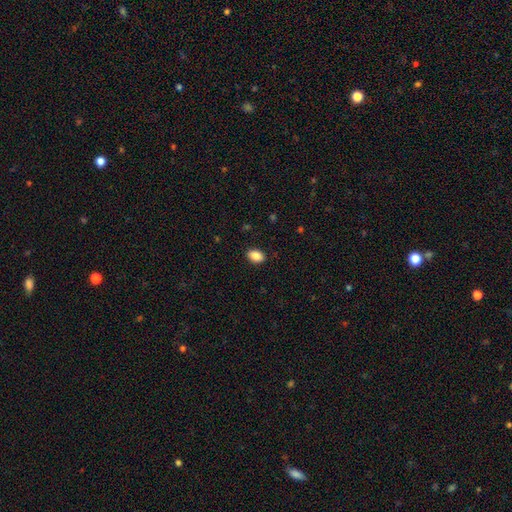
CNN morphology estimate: A smooth galaxy with no disk features (88%) that is in between round and cigar-shaped (83%).

Vote fractions:
- Smooth or featured? smooth: 88% / star or artifact: 8% / featured or disk: 4%
- How rounded? in between: 83% / round: 16% / cigar-shaped: 1%
- Merging? none: 89% / minor disturbance: 8% / major disturbance: 2% / merger: 1%